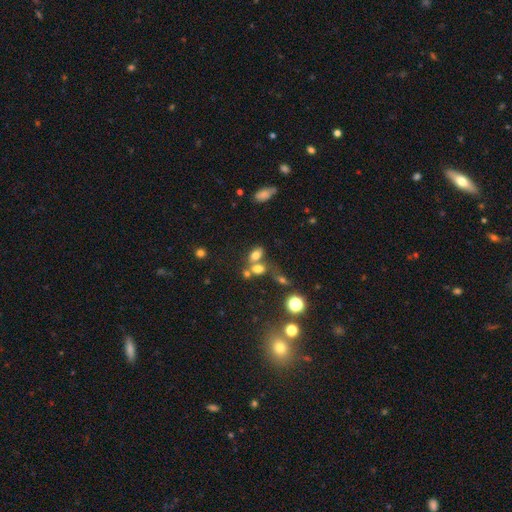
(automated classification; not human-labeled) This is likely a smooth galaxy (71%). How rounded: clearly in between (81%). Merging: marginally merger (44%).